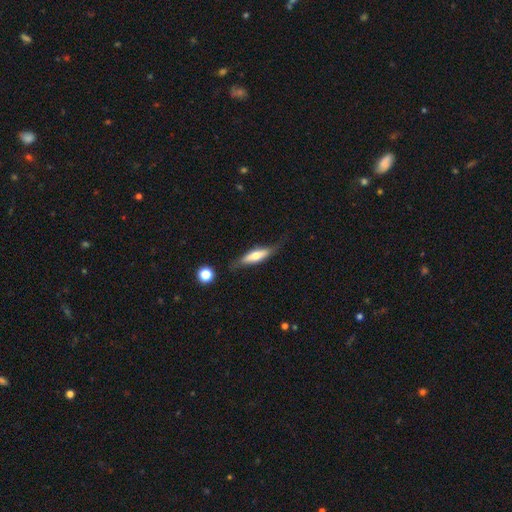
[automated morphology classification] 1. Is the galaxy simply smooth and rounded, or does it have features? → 52% smooth, 42% featured or disk, 6% star or artifact.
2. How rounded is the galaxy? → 62% cigar-shaped, 36% in between, 2% round.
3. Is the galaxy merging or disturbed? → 64% none, 24% minor disturbance, 9% major disturbance, 3% merger.